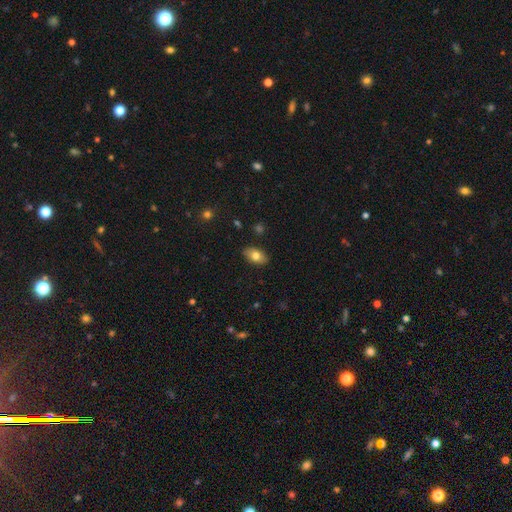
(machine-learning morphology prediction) Overall: smooth (77%). How rounded: in between (90%). Merging: none (87%).